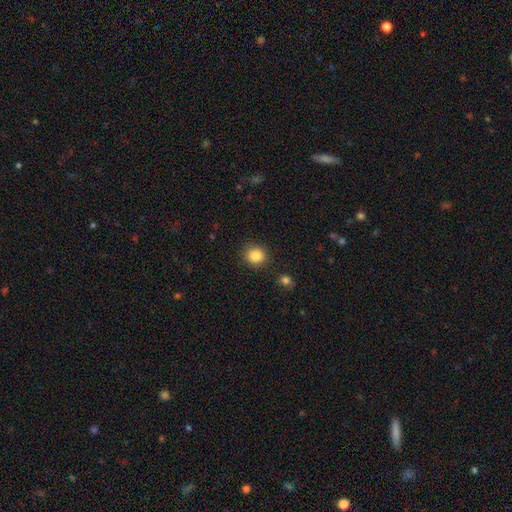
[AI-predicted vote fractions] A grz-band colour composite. It shows a smooth galaxy with no disk features (84%) that is round (88%). Merging: none (89%).